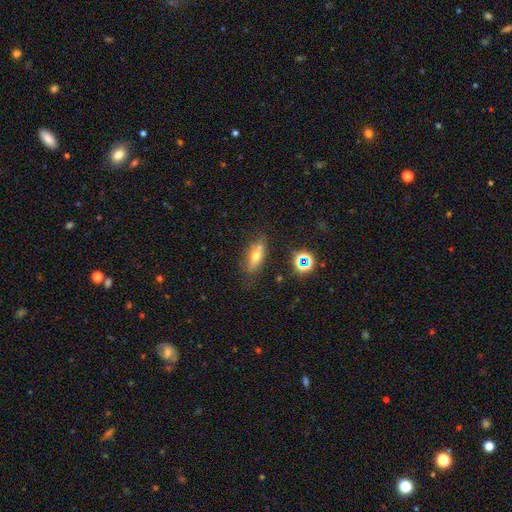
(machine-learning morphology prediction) Q: Smooth or featured?
A: smooth (55%); runner-up: featured or disk (30%)
Q: How rounded?
A: in between (65%); runner-up: cigar-shaped (27%)
Q: Merging?
A: none (65%); runner-up: minor disturbance (18%)